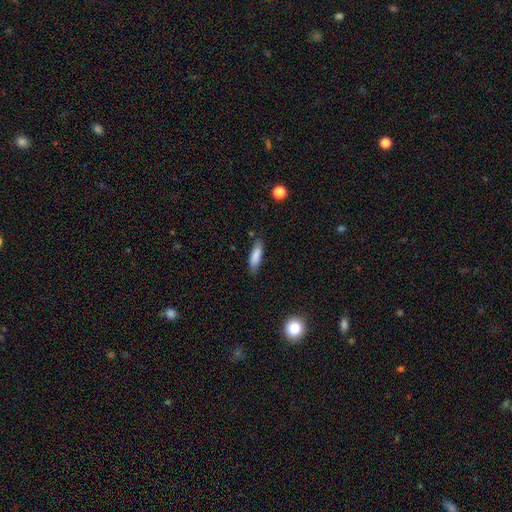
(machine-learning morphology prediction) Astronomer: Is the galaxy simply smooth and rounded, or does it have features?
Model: smooth — 84%.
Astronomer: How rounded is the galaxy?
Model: cigar-shaped — 52% (runner-up: in between, 46%).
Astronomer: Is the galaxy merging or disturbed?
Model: none — 78%.